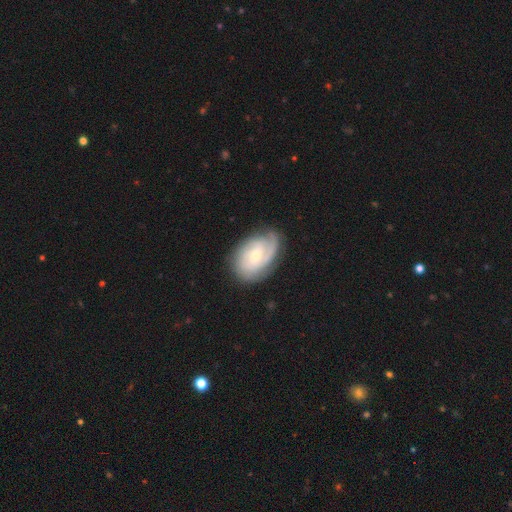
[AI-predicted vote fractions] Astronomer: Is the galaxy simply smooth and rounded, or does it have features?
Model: featured or disk — 80%.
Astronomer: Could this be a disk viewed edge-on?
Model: no — 97%.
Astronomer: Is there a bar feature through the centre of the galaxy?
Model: weak — 48% (runner-up: no, 43%).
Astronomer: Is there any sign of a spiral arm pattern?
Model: yes — 95%.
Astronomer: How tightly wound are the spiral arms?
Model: tight — 60%.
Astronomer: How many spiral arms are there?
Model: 2 — 32% (runner-up: can't tell, 27%).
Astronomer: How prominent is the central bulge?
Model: small — 51% (runner-up: moderate, 45%).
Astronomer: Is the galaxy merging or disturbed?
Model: none — 75%.